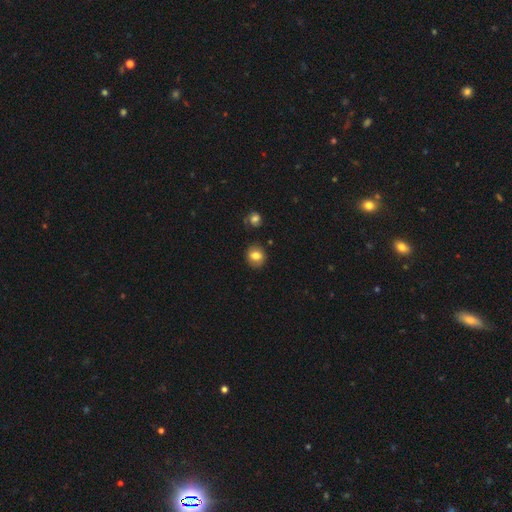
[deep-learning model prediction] smooth 80%, featured or disk 11%, star or artifact 9%. Down the decision tree: how rounded — round (75%); merging — none (85%).